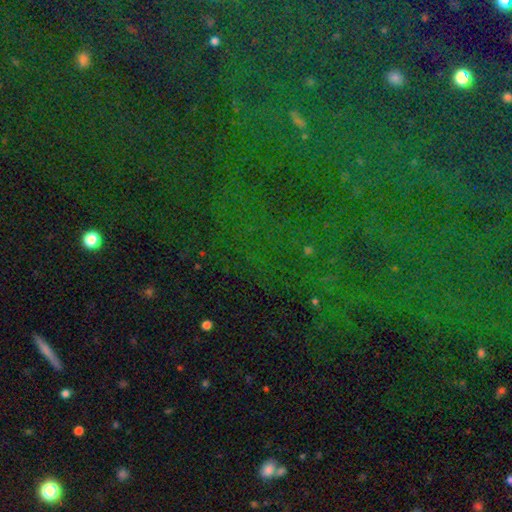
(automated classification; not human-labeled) A star or artifact, not a galaxy (82%).